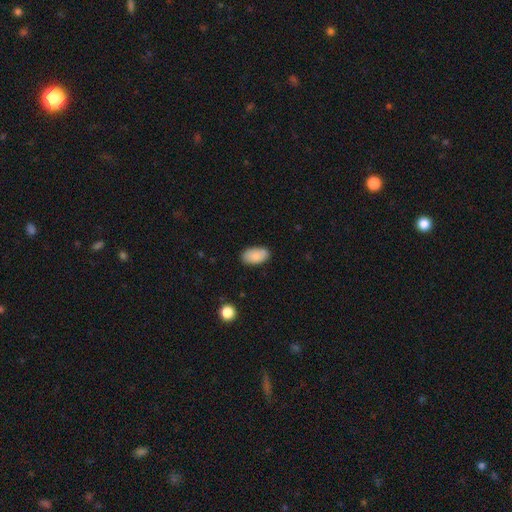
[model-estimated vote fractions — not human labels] Morphology: type=smooth (87%); roundness=in between (94%); merging=none (83%).